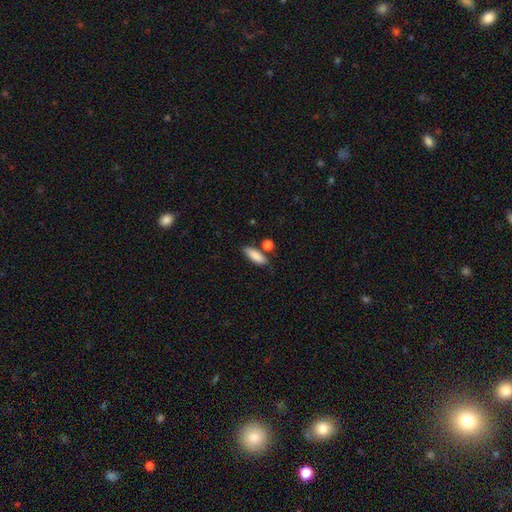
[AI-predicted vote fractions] Smooth or featured?
  - smooth: 86% *
  - featured or disk: 8%
  - star or artifact: 7%
How rounded?
  - in between: 69% *
  - cigar-shaped: 28%
  - round: 3%
Merging?
  - none: 71% *
  - minor disturbance: 15%
  - merger: 11%
  - major disturbance: 4%